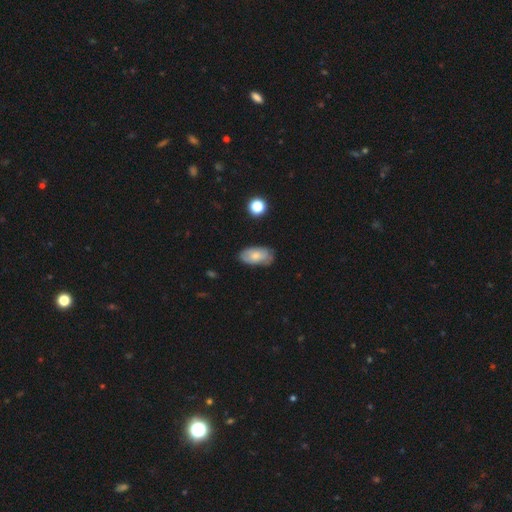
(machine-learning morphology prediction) Q: Smooth or featured?
A: smooth (65%); runner-up: featured or disk (28%)
Q: How rounded?
A: in between (93%); runner-up: round (4%)
Q: Merging?
A: none (72%); runner-up: minor disturbance (22%)